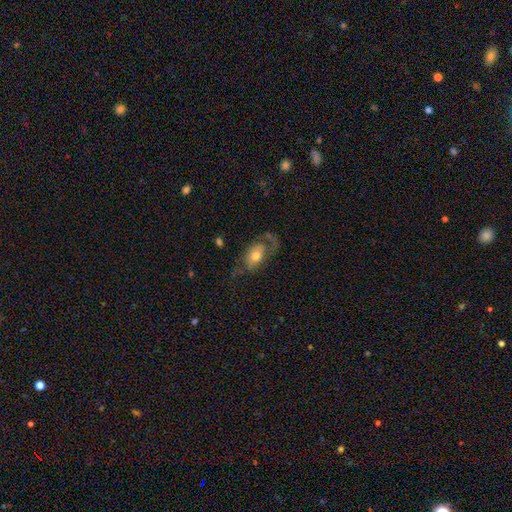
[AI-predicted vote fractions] This is possibly a featured or disk galaxy (48%). Merging: marginally none (41%).